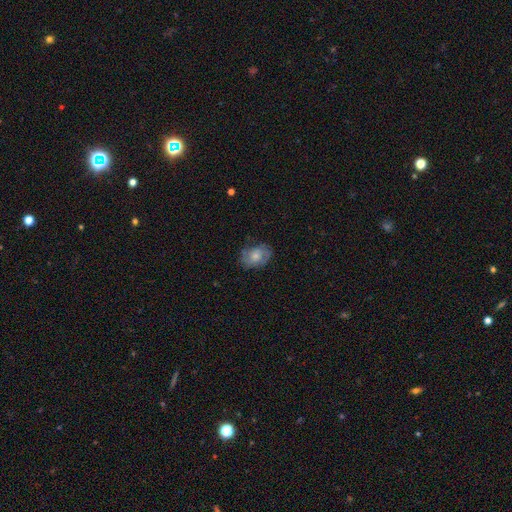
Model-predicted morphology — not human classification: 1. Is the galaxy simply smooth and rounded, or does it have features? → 49% smooth, 43% featured or disk, 8% star or artifact.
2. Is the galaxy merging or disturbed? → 67% none, 23% minor disturbance, 9% major disturbance, 1% merger.